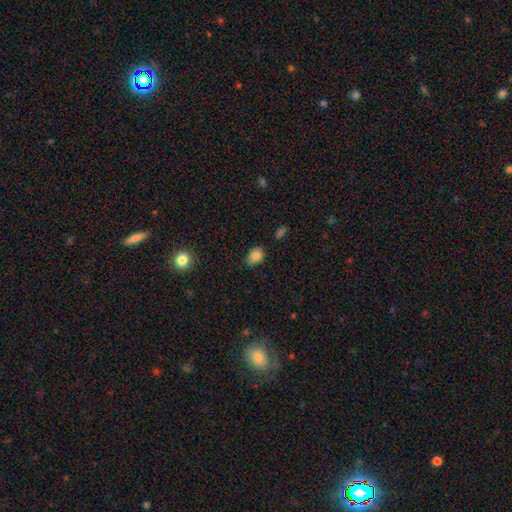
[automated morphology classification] This appears to be a smooth galaxy with no disk features (83%) that is in between round and cigar-shaped (66%). Merging: none (72%).